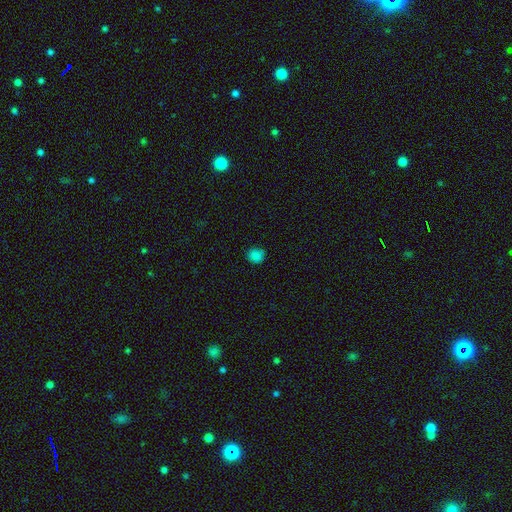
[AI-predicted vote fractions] Smooth or featured? smooth (82%)
How rounded? round (84%)
Merging? none (83%)